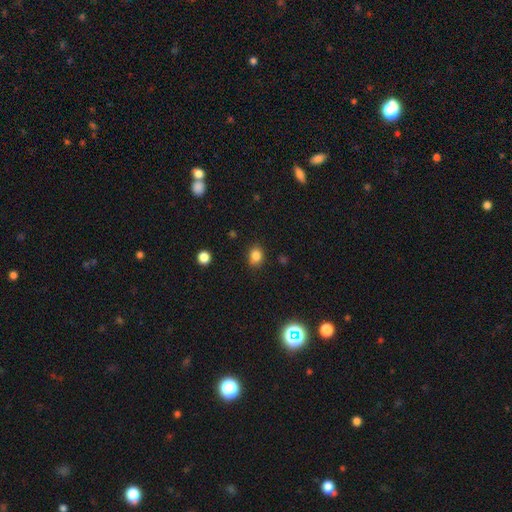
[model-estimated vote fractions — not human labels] smooth 82%, star or artifact 13%, featured or disk 5%. Down the decision tree: how rounded — round (56%); merging — none (81%).